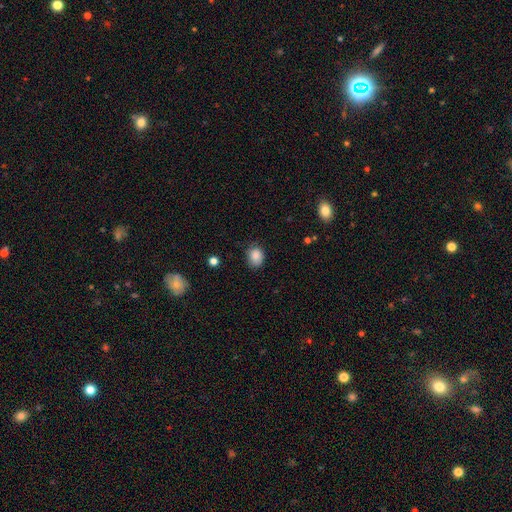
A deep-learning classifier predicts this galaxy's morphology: Overall: smooth (86%). How rounded: in between (54%; round 46%). Merging: none (72%).